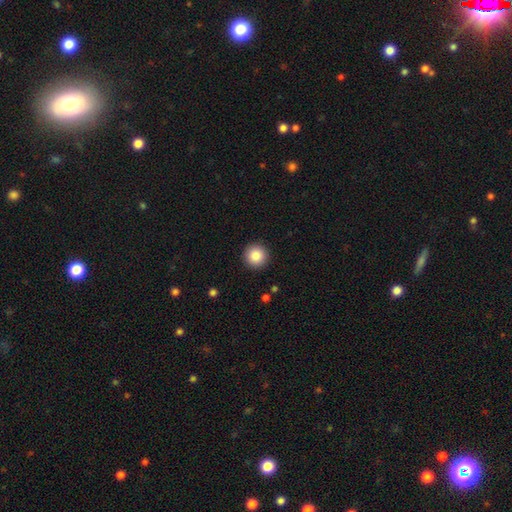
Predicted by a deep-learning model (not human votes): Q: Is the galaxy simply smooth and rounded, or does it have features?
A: smooth — 87%.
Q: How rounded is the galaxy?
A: round — 96%.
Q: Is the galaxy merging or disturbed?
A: none — 92%.